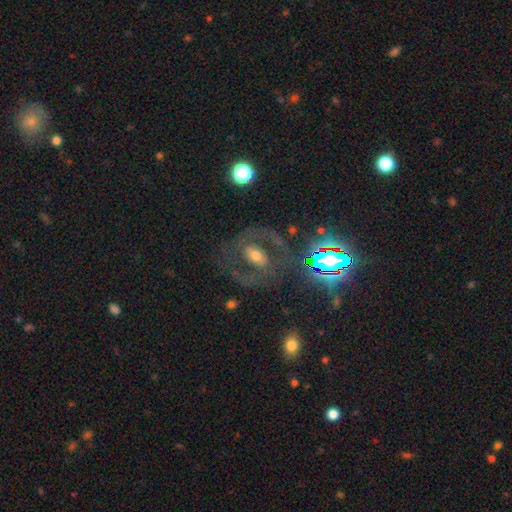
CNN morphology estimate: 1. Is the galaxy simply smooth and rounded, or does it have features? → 64% featured or disk, 23% smooth, 13% star or artifact.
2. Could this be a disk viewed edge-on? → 95% no, 5% yes.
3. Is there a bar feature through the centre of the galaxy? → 41% no, 32% weak, 27% strong.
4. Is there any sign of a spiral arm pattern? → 59% yes, 41% no.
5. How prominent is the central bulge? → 60% moderate, 22% small, 14% large, 2% dominant, 2% none.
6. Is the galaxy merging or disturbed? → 70% none, 15% major disturbance, 13% minor disturbance, 2% merger.